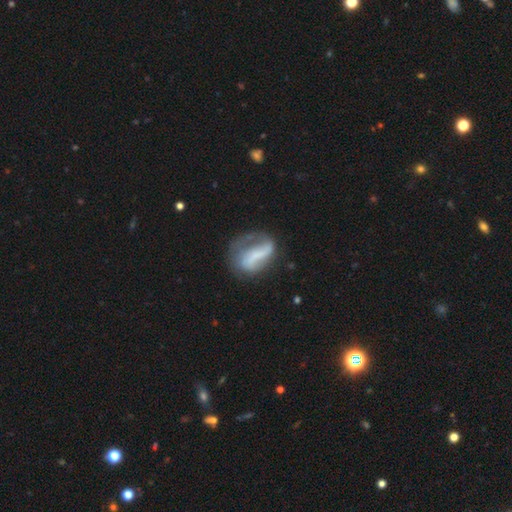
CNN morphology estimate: featured or disk 60%, smooth 32%, star or artifact 9%. Down the decision tree: edge-on disk — no (96%); bar — strong (34%, tied with no); spiral arms — yes (67%); bulge size — none (50%); merging — none (40%).